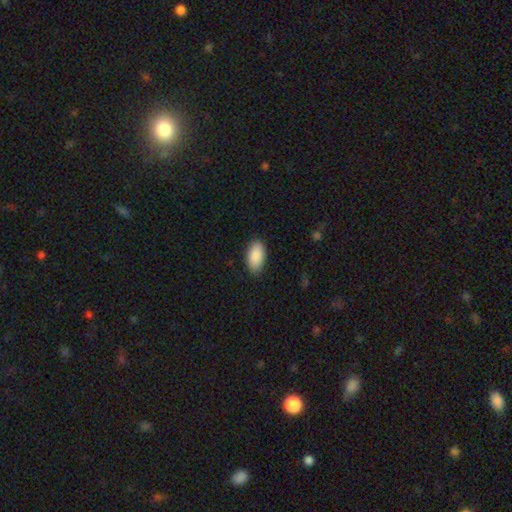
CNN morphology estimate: This appears to be a smooth galaxy with no disk features (90%) that is in between round and cigar-shaped (95%). Merging: none (86%).